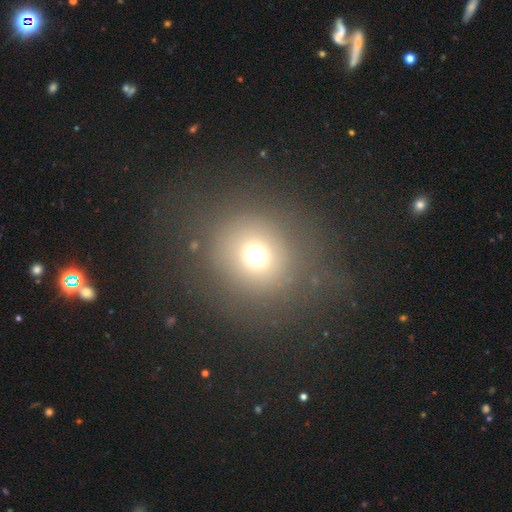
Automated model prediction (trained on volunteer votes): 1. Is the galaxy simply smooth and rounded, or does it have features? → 69% smooth, 21% star or artifact, 10% featured or disk.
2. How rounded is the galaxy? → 90% round, 9% in between, 1% cigar-shaped.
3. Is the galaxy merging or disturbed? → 80% none, 9% minor disturbance, 9% major disturbance, 3% merger.